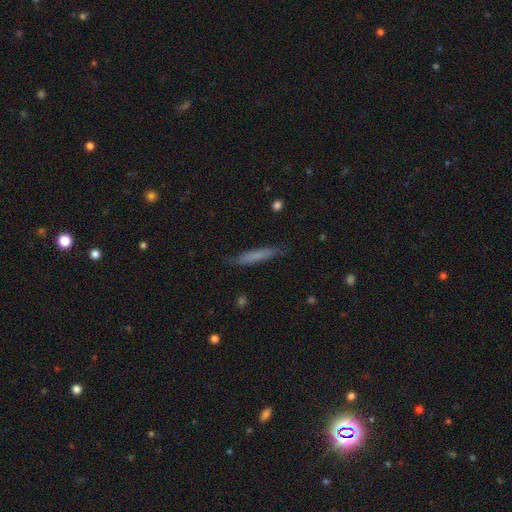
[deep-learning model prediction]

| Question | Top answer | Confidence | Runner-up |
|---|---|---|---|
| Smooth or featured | smooth | 68% | featured or disk (25%) |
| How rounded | cigar-shaped | 93% | in between (6%) |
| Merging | none | 82% | minor disturbance (14%) |